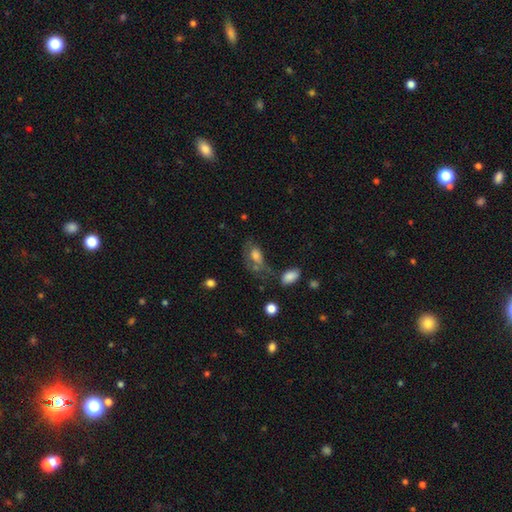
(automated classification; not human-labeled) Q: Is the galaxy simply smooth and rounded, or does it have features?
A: smooth — 56%.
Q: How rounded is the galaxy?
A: in between — 85%.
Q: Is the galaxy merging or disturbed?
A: none — 35%.